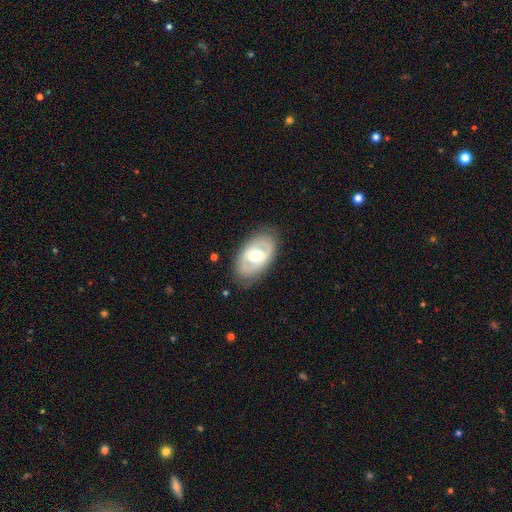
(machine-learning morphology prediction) type=featured or disk (61%); edge-on=no (91%); bar=no (44%); spiral arms=no (69%); bulge=moderate (67%); merging=none (79%).